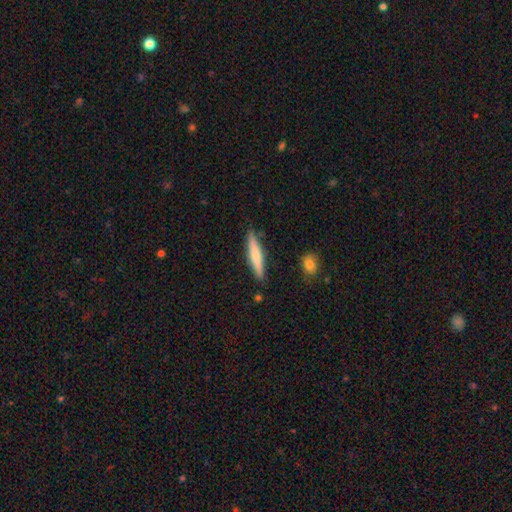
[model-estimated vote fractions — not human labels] smooth-or-featured: smooth: 61% | featured or disk: 33% | star or artifact: 5%
  how-rounded: cigar-shaped: 89% | in between: 10% | round: 2%
  merging: none: 86% | minor disturbance: 10% | merger: 2% | major disturbance: 2%